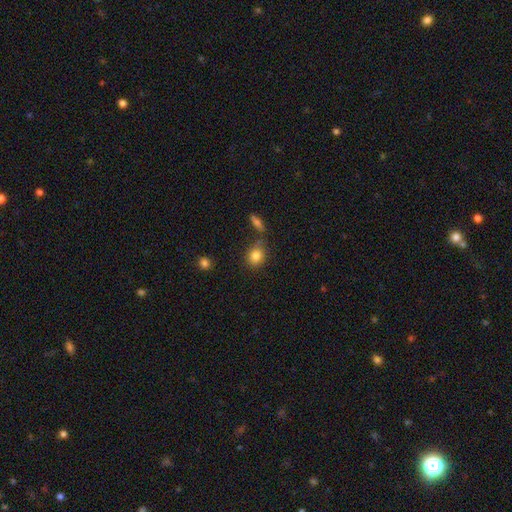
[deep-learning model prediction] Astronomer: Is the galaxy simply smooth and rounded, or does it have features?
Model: smooth — 83%.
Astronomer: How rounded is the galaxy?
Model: round — 63%.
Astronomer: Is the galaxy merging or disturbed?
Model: none — 72%.